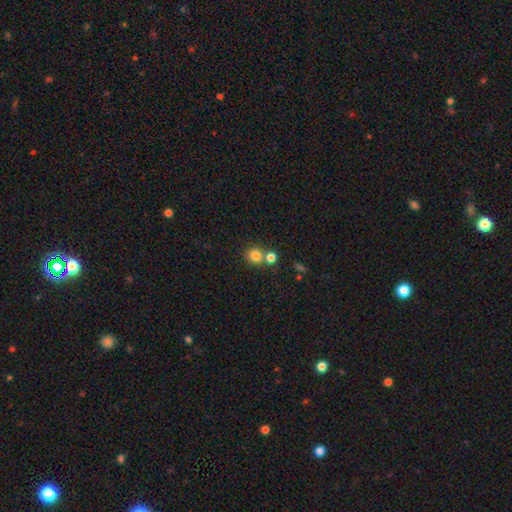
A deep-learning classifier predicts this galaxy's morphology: Smooth or featured? Predicted: smooth (p=0.81). How rounded? Predicted: round (p=0.86). Merging? Predicted: none (p=0.58).